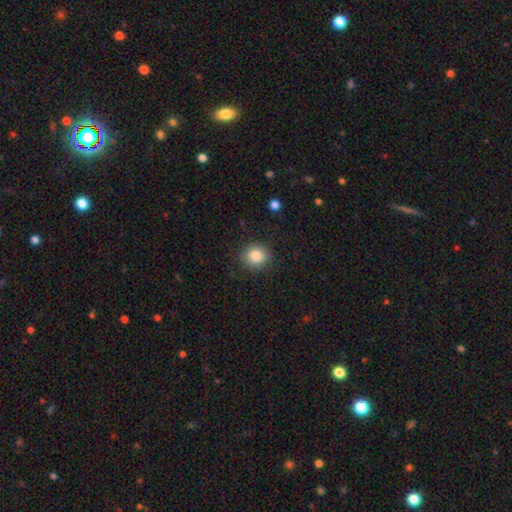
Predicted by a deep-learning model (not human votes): A smooth galaxy with no disk features (84%) that is round (84%). Merging: none (88%).